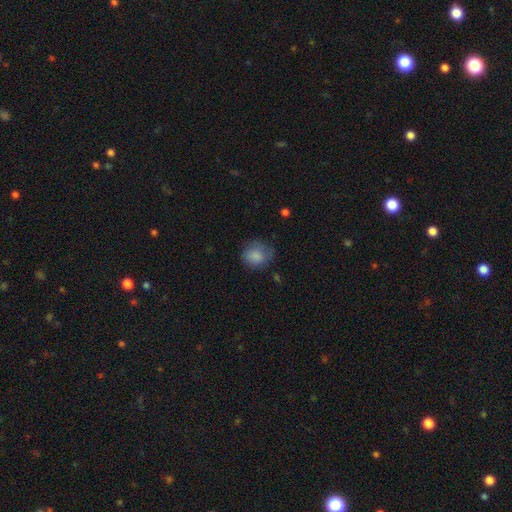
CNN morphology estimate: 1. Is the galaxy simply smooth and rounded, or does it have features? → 84% smooth, 8% star or artifact, 8% featured or disk.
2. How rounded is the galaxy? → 75% round, 24% in between, 1% cigar-shaped.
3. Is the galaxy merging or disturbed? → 69% none, 22% minor disturbance, 7% major disturbance, 1% merger.